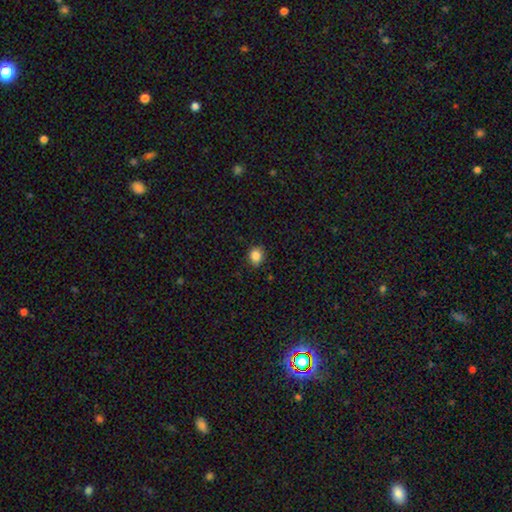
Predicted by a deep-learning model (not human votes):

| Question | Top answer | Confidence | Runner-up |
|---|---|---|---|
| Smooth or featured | smooth | 86% | star or artifact (10%) |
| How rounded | round | 67% | in between (32%) |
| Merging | none | 88% | minor disturbance (9%) |